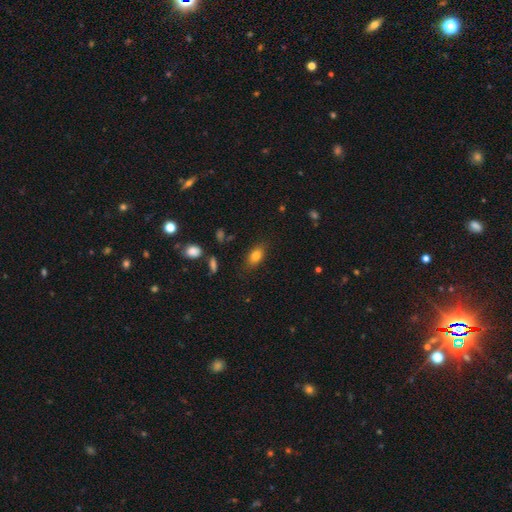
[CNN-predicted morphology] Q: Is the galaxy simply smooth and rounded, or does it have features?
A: smooth — 82%.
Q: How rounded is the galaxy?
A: in between — 84%.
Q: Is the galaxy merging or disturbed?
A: none — 80%.